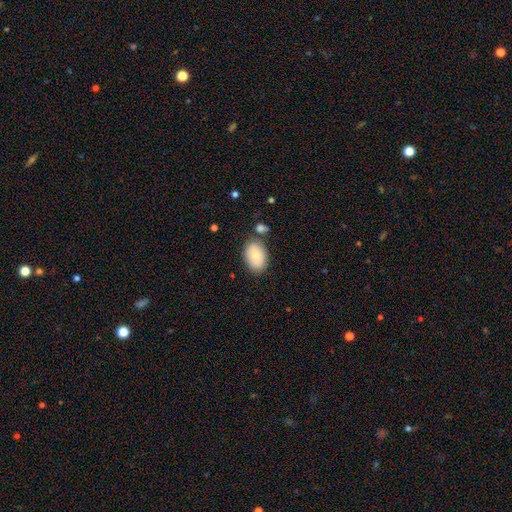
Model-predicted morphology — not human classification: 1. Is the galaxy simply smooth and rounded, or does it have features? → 79% smooth, 14% featured or disk, 7% star or artifact.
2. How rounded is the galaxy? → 90% in between, 9% round, 1% cigar-shaped.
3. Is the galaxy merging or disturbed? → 76% none, 14% minor disturbance, 6% merger, 3% major disturbance.